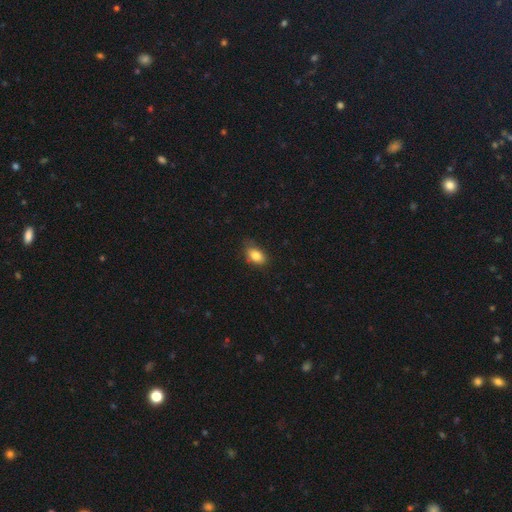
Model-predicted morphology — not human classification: Smooth or featured: smooth — 83% (star or artifact — 9%)
How rounded: in between — 84% (round — 14%)
Merging: none — 70% (minor disturbance — 24%)